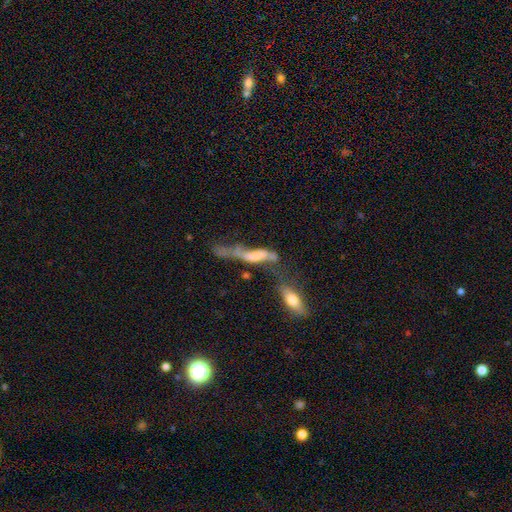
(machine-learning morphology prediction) type=featured or disk (47%); merging=merger (46%).